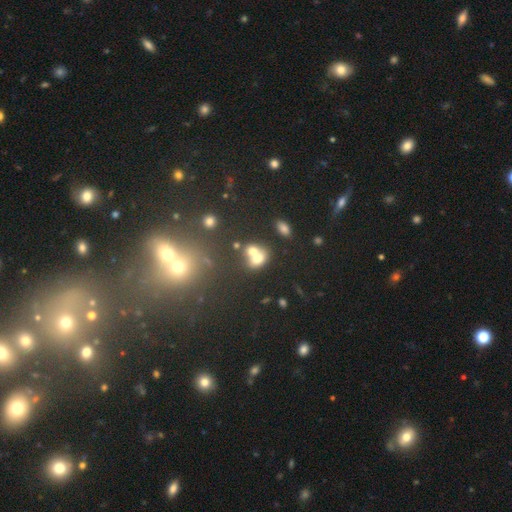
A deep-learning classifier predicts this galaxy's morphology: Smooth or featured?
  - smooth: 64% *
  - featured or disk: 22%
  - star or artifact: 14%
How rounded?
  - in between: 55% *
  - round: 43%
  - cigar-shaped: 1%
Merging?
  - merger: 66% *
  - none: 23%
  - minor disturbance: 7%
  - major disturbance: 4%